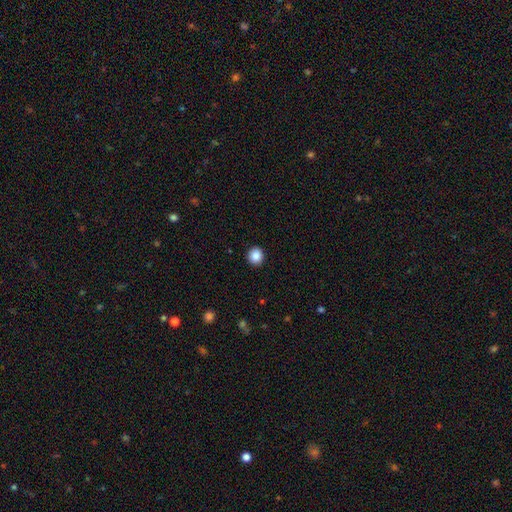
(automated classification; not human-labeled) Q: Smooth or featured?
A: smooth (87%); runner-up: star or artifact (9%)
Q: How rounded?
A: round (90%); runner-up: in between (9%)
Q: Merging?
A: none (93%); runner-up: minor disturbance (5%)